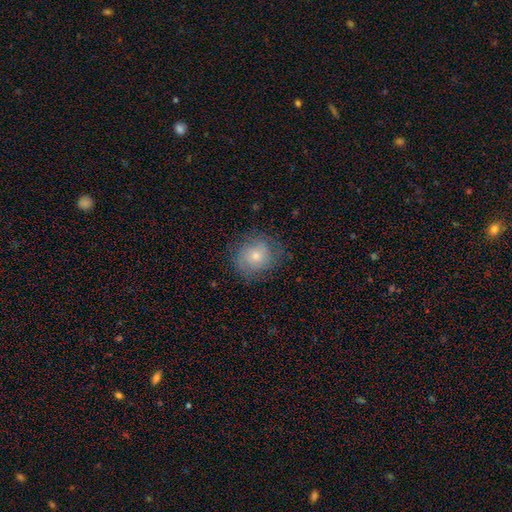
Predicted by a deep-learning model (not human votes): Smooth or featured? Predicted: smooth (p=0.48). Merging? Predicted: none (p=0.78).